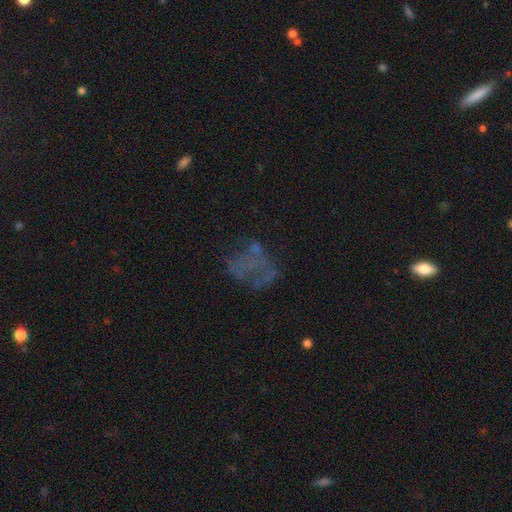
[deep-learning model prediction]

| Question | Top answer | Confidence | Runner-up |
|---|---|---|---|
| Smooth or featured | featured or disk | 43% | smooth (30%) |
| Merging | none | 44% | major disturbance (31%) |